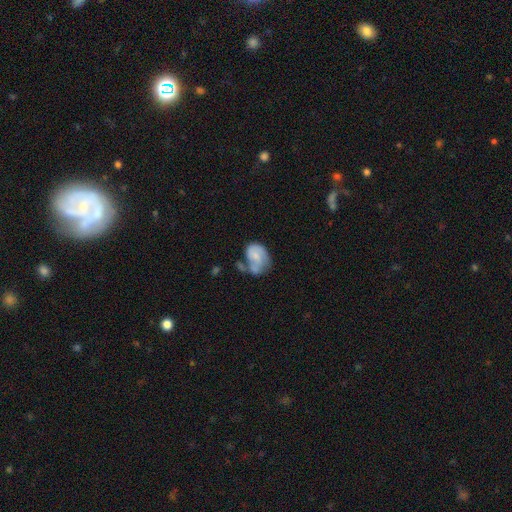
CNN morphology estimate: A featured or disk galaxy (48%).

Vote fractions:
- Smooth or featured? featured or disk: 48% / smooth: 44% / star or artifact: 7%
- Merging? none: 28% / merger: 25% / minor disturbance: 25% / major disturbance: 21%